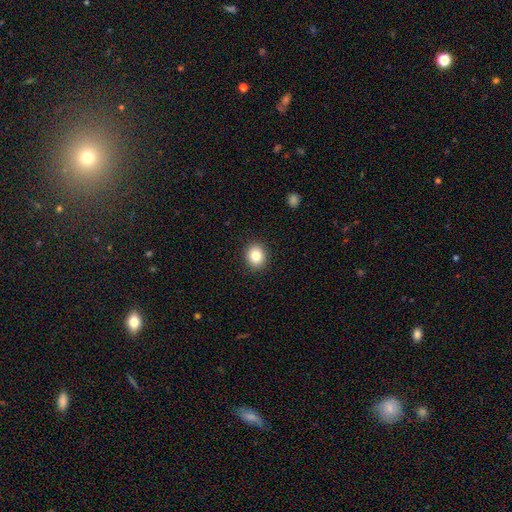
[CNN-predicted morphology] The model was most divided on "how rounded": round: 69%, in between: 30%, cigar-shaped: 1%. More confident: merging — none (91%); smooth or featured — smooth (83%).